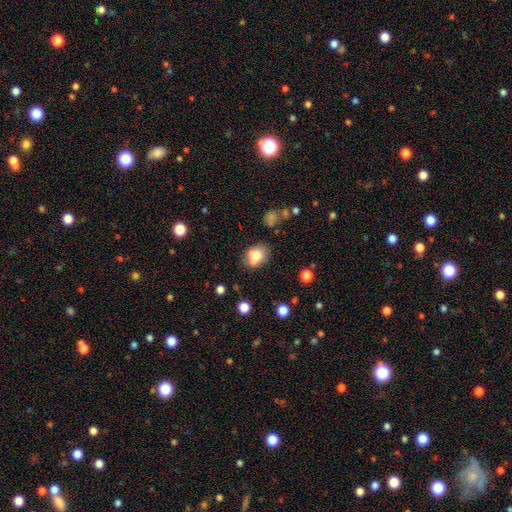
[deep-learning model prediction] Smooth or featured? Predicted: smooth (p=0.74). How rounded? Predicted: in between (p=0.54). Merging? Predicted: none (p=0.53).